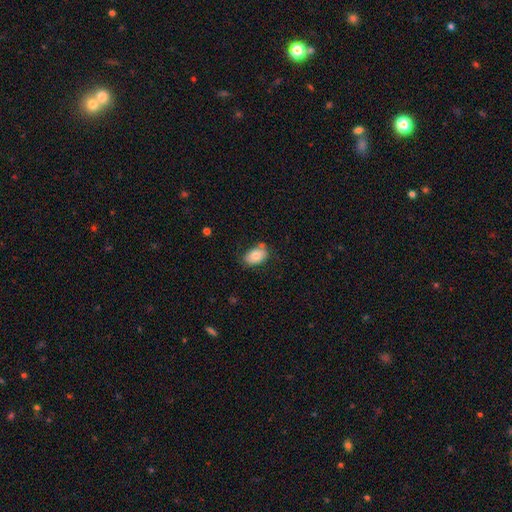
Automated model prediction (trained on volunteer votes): The model was most divided on "merging": none: 66%, minor disturbance: 23%, merger: 6%, major disturbance: 5%. More confident: how rounded — in between (86%); smooth or featured — smooth (77%).